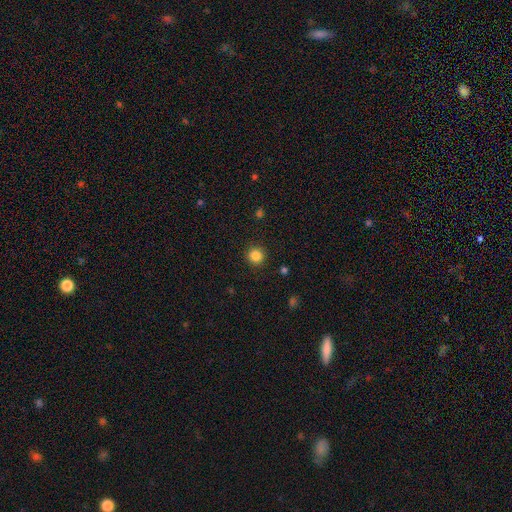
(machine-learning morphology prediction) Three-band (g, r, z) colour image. It shows a smooth galaxy with no disk features (85%) that is round (94%). Merging: none (92%).